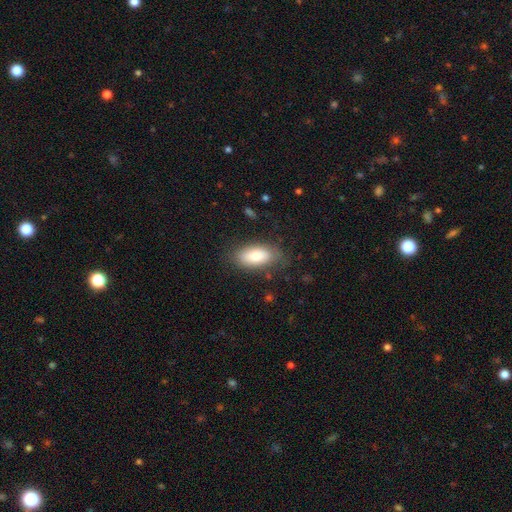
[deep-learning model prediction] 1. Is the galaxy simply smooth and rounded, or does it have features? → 78% smooth, 15% featured or disk, 7% star or artifact.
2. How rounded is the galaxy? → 90% in between, 7% cigar-shaped, 3% round.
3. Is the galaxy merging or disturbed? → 78% none, 16% minor disturbance, 5% major disturbance, 1% merger.